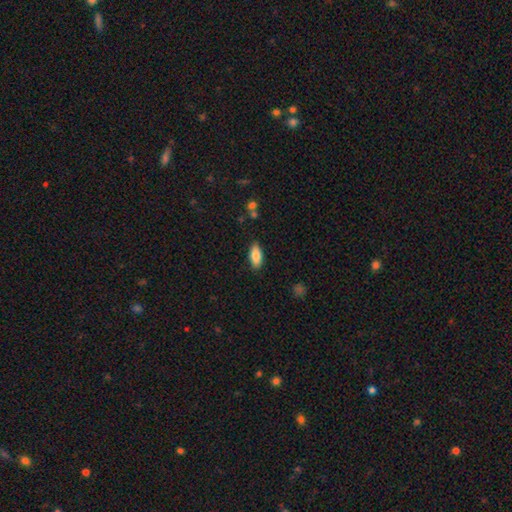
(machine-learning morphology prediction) type=smooth (82%); roundness=in between (86%); merging=none (84%).